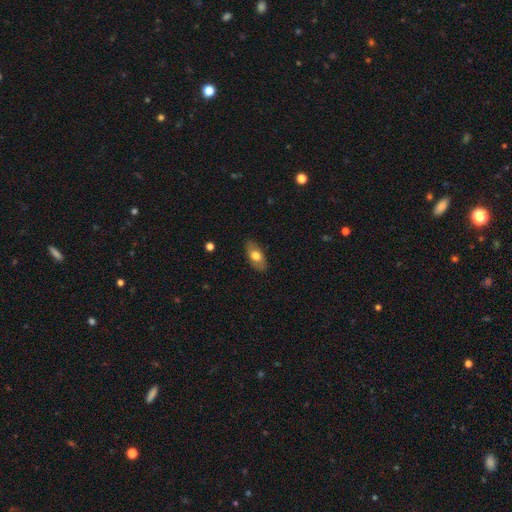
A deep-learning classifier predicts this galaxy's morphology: A smooth galaxy with no disk features (69%) that is in between round and cigar-shaped (90%). Merging: none (84%).